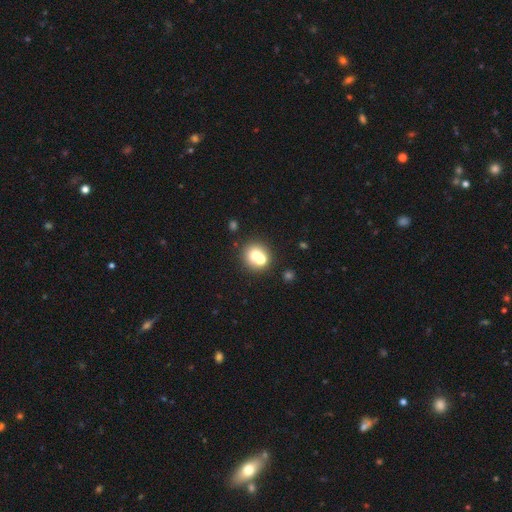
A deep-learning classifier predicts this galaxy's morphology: smooth 67%, featured or disk 21%, star or artifact 13%. Down the decision tree: how rounded — round (83%); merging — none (48%).